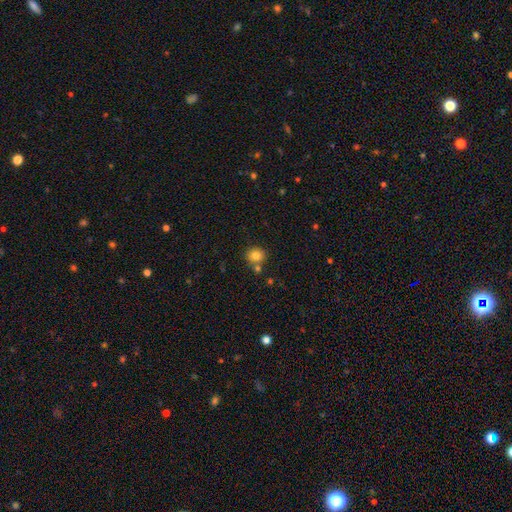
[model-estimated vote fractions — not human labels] Morphology: type=smooth (82%); roundness=round (85%); merging=none (70%).